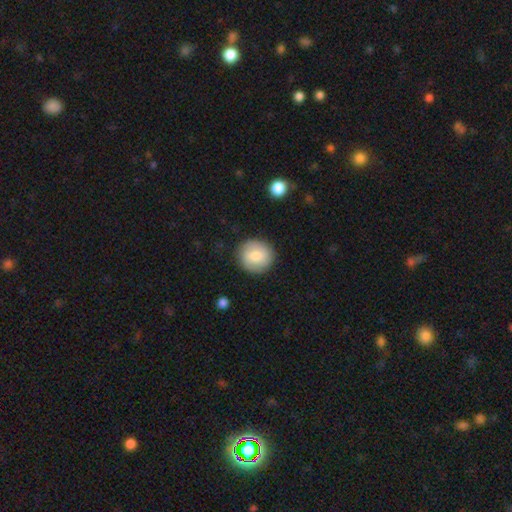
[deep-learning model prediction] This is likely a smooth galaxy (77%). How rounded: clearly round (91%). Merging: clearly none (88%).